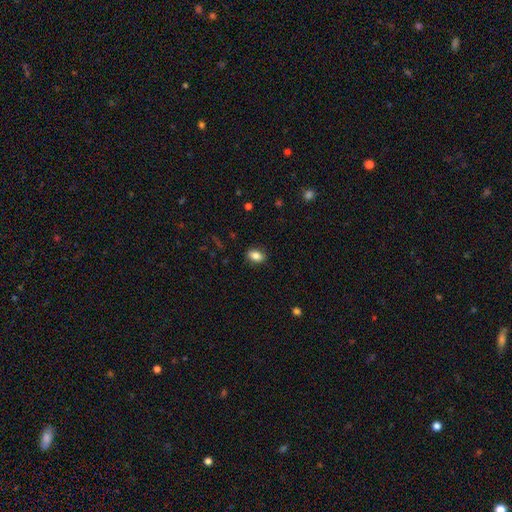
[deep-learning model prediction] smooth-or-featured: smooth: 84% | star or artifact: 9% | featured or disk: 7%
  how-rounded: in between: 84% | round: 14% | cigar-shaped: 2%
  merging: none: 86% | minor disturbance: 11% | major disturbance: 2% | merger: 1%